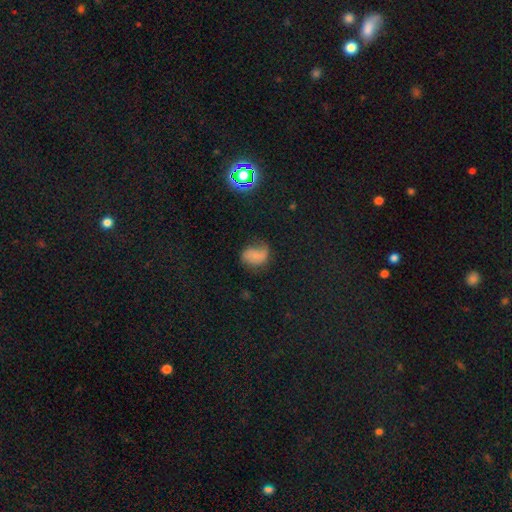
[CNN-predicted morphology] Overall: smooth (59%; featured or disk 25%). How rounded: in between (66%; round 32%). Merging: none (44%; minor disturbance 32%).